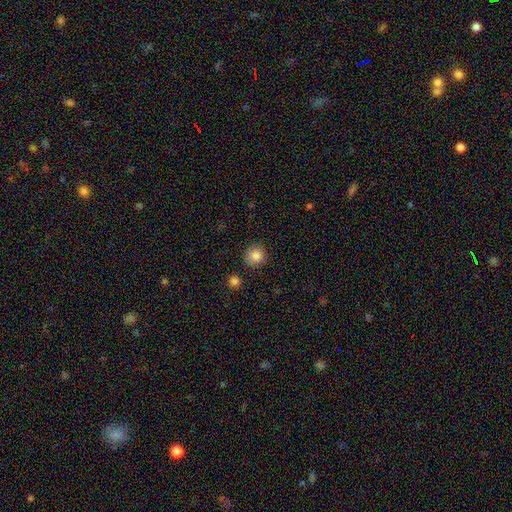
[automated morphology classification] Smooth or featured: smooth — 85% (star or artifact — 9%)
How rounded: round — 93% (in between — 6%)
Merging: none — 88% (minor disturbance — 7%)